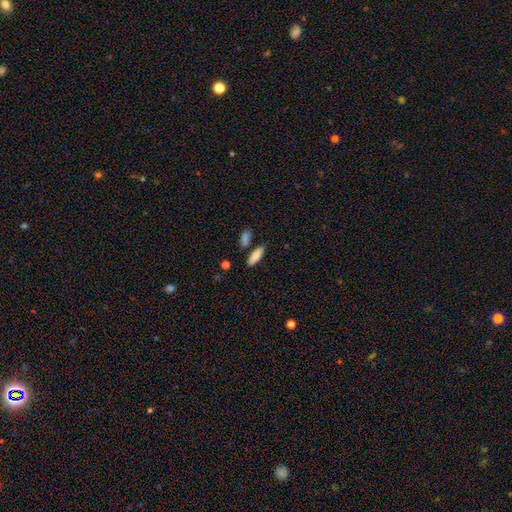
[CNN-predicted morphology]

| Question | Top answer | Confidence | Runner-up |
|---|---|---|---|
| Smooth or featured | smooth | 79% | featured or disk (15%) |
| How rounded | in between | 58% | cigar-shaped (40%) |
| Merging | none | 78% | minor disturbance (11%) |